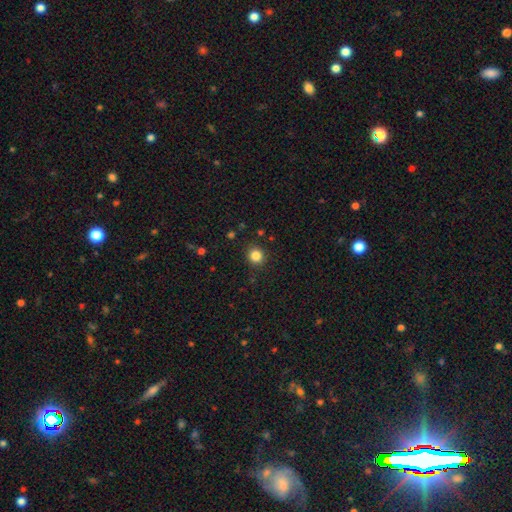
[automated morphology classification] type=smooth (84%); roundness=round (88%); merging=none (89%).